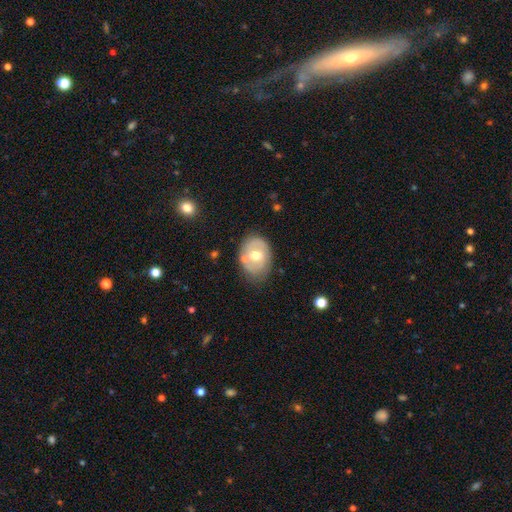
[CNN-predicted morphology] This appears to be a smooth galaxy with no disk features (48%). Merging: none (63%).